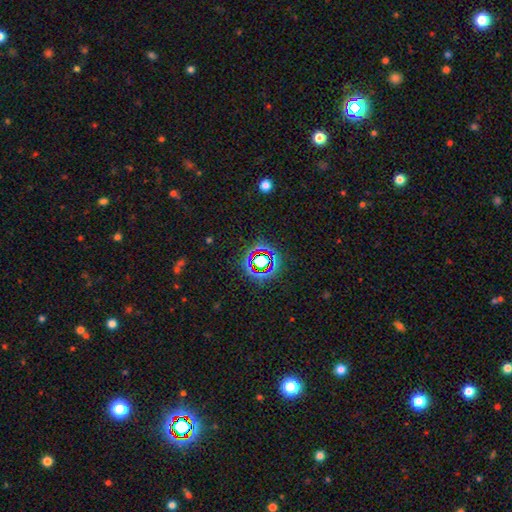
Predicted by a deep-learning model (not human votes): smooth-or-featured: star or artifact: 73% | smooth: 17% | featured or disk: 10%